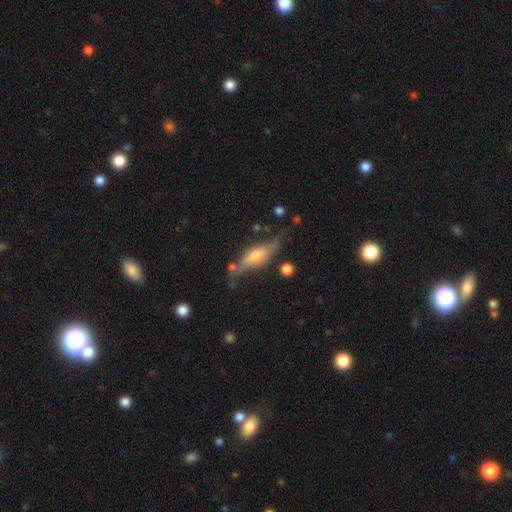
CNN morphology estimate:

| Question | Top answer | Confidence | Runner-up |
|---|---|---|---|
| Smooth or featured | featured or disk | 64% | smooth (30%) |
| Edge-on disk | yes | 84% | no (16%) |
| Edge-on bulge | rounded | 84% | boxy (11%) |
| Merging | none | 64% | minor disturbance (22%) |